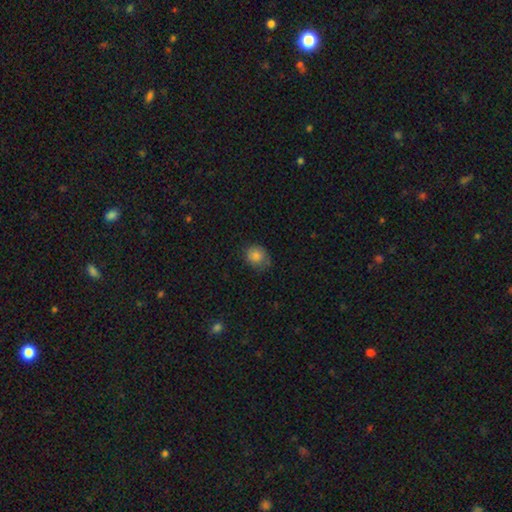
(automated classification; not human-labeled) Smooth or featured?
  - smooth: 83% *
  - star or artifact: 10%
  - featured or disk: 7%
How rounded?
  - round: 68% *
  - in between: 31%
  - cigar-shaped: 1%
Merging?
  - none: 65% *
  - minor disturbance: 27%
  - major disturbance: 7%
  - merger: 1%